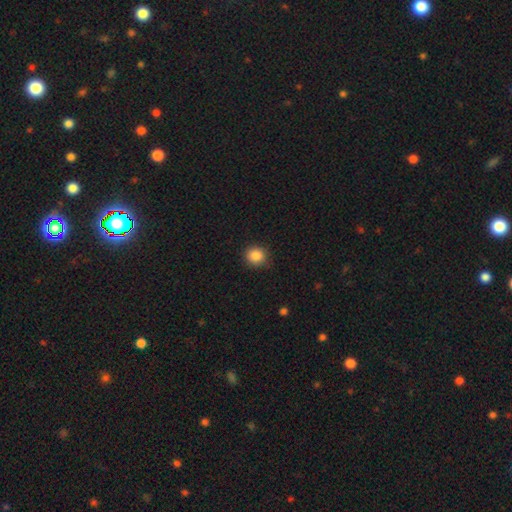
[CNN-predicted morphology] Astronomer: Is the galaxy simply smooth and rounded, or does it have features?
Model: smooth — 86%.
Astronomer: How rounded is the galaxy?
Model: round — 89%.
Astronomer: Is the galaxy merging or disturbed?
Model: none — 87%.